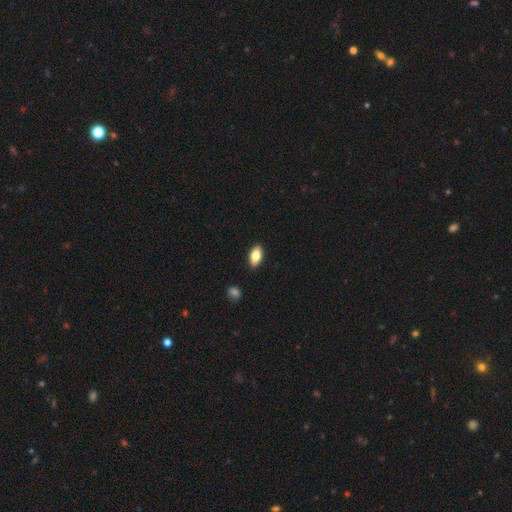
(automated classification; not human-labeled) Morphology: type=smooth (82%); roundness=in between (92%); merging=none (89%).